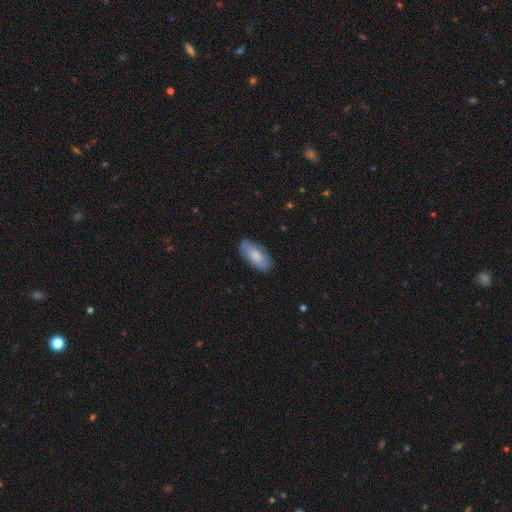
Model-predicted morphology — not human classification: This is likely a smooth galaxy (78%). How rounded: clearly in between (88%). Merging: clearly none (83%).